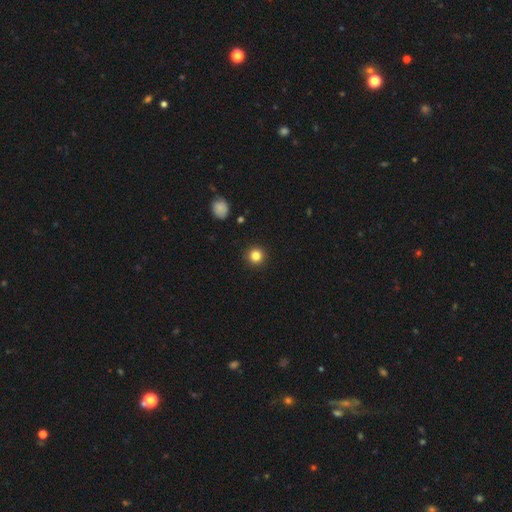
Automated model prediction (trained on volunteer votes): Morphology: type=smooth (83%); roundness=round (95%); merging=none (93%).